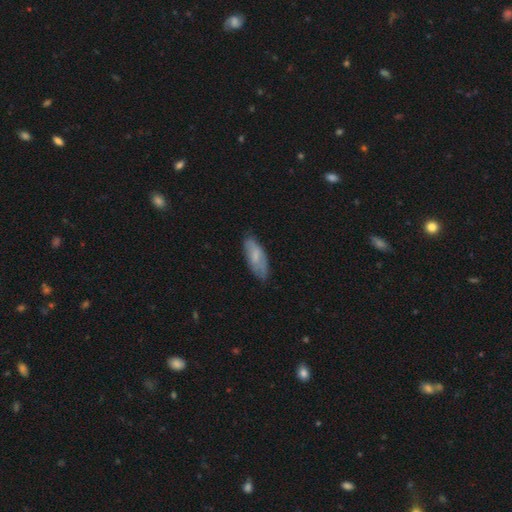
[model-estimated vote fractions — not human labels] smooth-or-featured: smooth: 66% | featured or disk: 27% | star or artifact: 7%
  how-rounded: in between: 76% | cigar-shaped: 22% | round: 2%
  merging: none: 69% | minor disturbance: 24% | major disturbance: 6% | merger: 1%